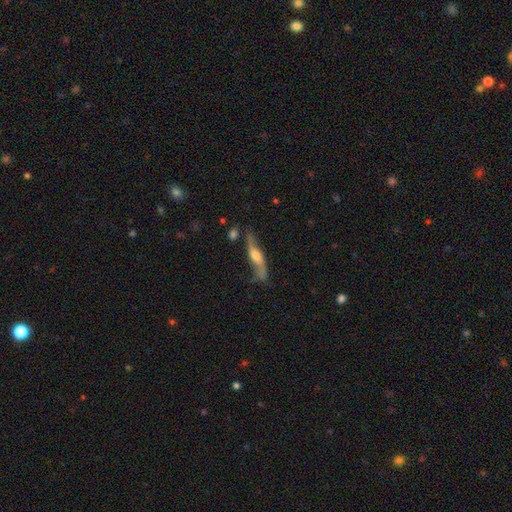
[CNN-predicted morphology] type=featured or disk (68%); edge-on=no (51%); merging=none (63%).